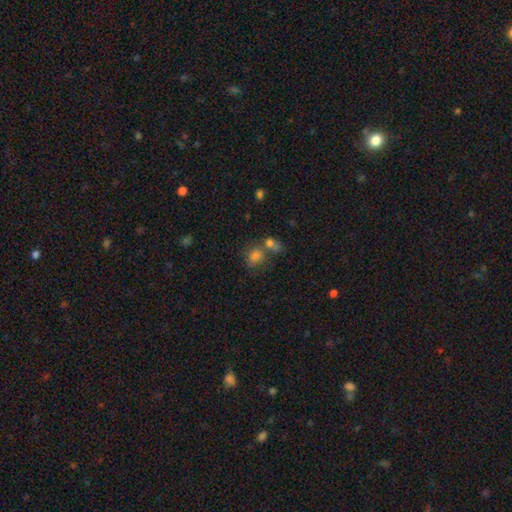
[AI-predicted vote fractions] smooth 71%, star or artifact 17%, featured or disk 12%. Down the decision tree: how rounded — round (58%); merging — none (45%).